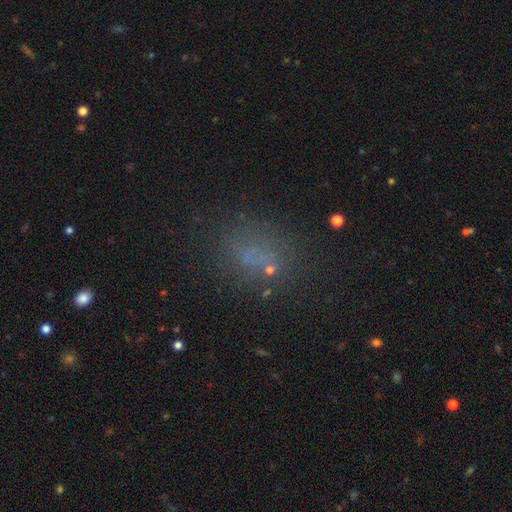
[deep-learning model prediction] Smooth or featured?
  - smooth: 56% *
  - star or artifact: 29%
  - featured or disk: 15%
How rounded?
  - in between: 56% *
  - round: 42%
  - cigar-shaped: 3%
Merging?
  - none: 67% *
  - minor disturbance: 15%
  - major disturbance: 11%
  - merger: 7%